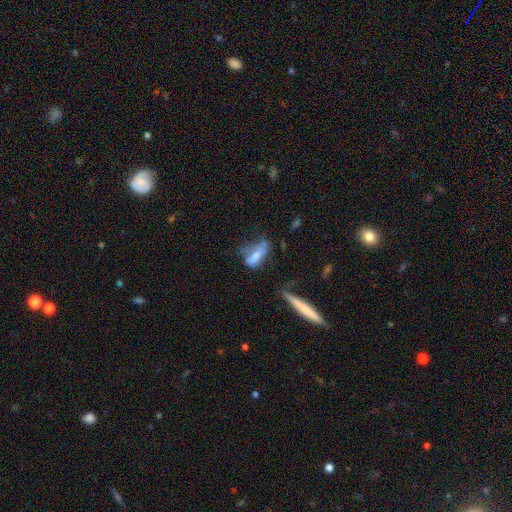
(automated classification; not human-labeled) Smooth or featured: smooth — 59% (featured or disk — 30%)
How rounded: in between — 76% (cigar-shaped — 20%)
Merging: major disturbance — 38% (minor disturbance — 26%)